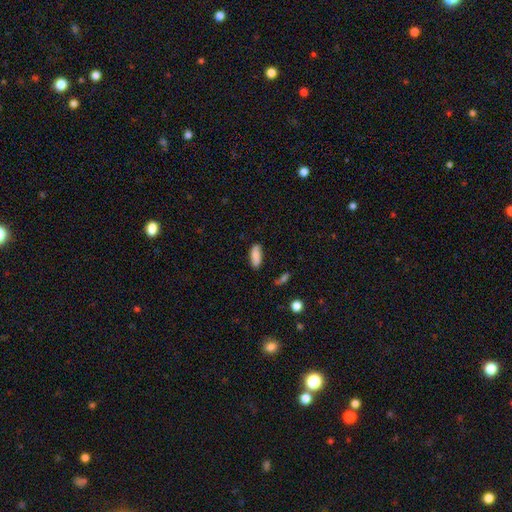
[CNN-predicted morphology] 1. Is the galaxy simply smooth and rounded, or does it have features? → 86% smooth, 7% star or artifact, 7% featured or disk.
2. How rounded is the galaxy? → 77% in between, 21% cigar-shaped, 2% round.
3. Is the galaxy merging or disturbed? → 79% none, 15% minor disturbance, 3% major disturbance, 2% merger.